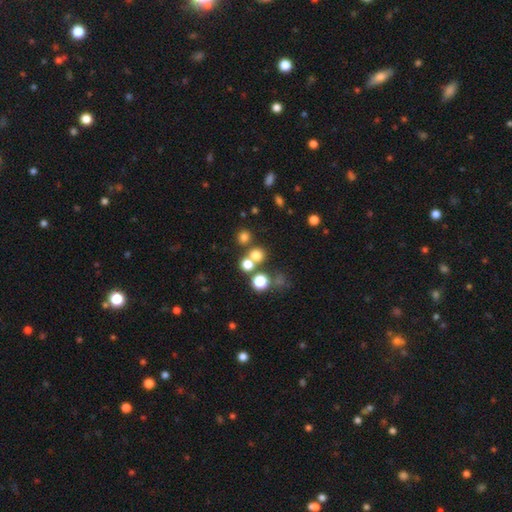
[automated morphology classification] Overall: smooth (71%). How rounded: round (88%). Merging: none (64%; merger 26%).